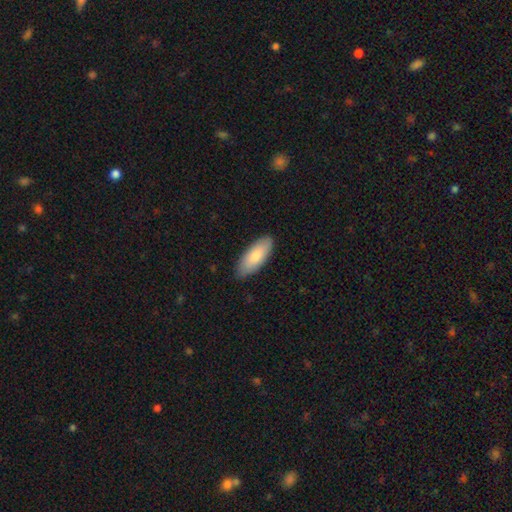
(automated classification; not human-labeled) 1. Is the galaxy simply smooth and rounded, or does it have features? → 81% smooth, 14% featured or disk, 5% star or artifact.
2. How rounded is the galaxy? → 79% in between, 19% cigar-shaped, 2% round.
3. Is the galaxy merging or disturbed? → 86% none, 11% minor disturbance, 2% major disturbance, 1% merger.